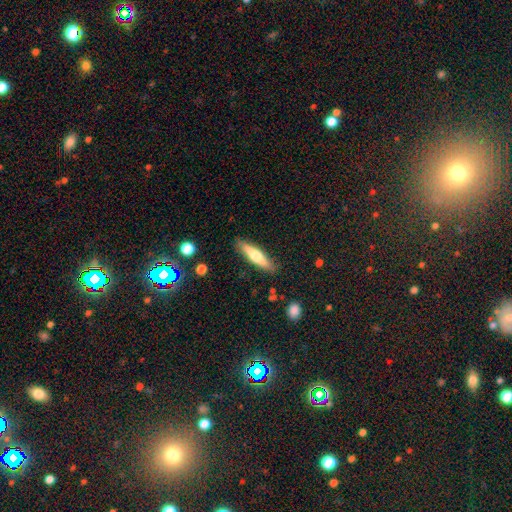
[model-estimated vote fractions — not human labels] Smooth or featured? smooth (55%)
How rounded? cigar-shaped (79%)
Merging? none (86%)